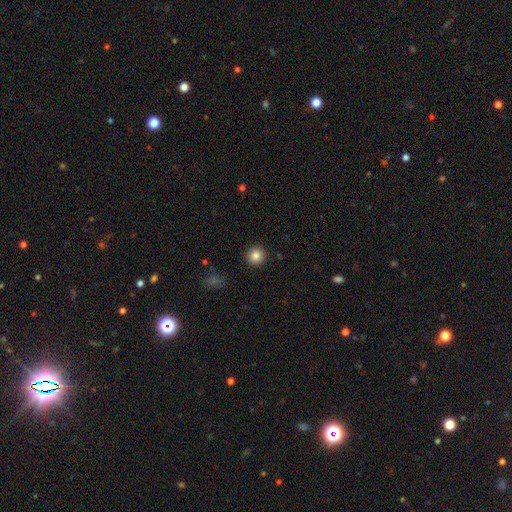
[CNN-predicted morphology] Smooth or featured? smooth (84%)
How rounded? round (95%)
Merging? none (92%)